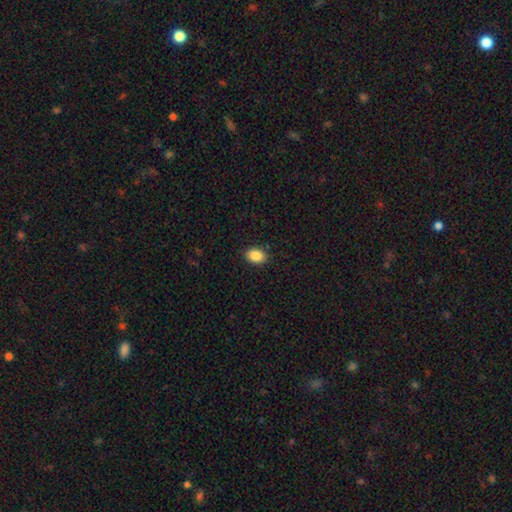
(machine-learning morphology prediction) Smooth or featured?
  - smooth: 88% *
  - star or artifact: 8%
  - featured or disk: 4%
How rounded?
  - in between: 77% *
  - round: 22%
  - cigar-shaped: 1%
Merging?
  - none: 89% *
  - minor disturbance: 8%
  - major disturbance: 2%
  - merger: 1%